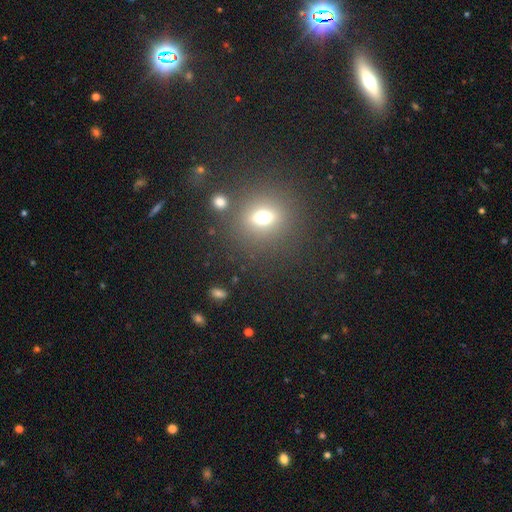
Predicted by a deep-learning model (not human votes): Smooth or featured? Predicted: smooth (p=0.54). How rounded? Predicted: round (p=0.84). Merging? Predicted: none (p=0.86).